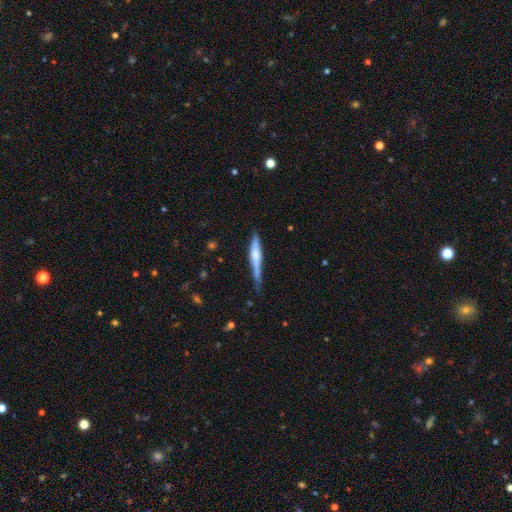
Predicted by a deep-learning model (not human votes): Q: Smooth or featured?
A: smooth (49%); runner-up: featured or disk (45%)
Q: Merging?
A: none (58%); runner-up: minor disturbance (31%)